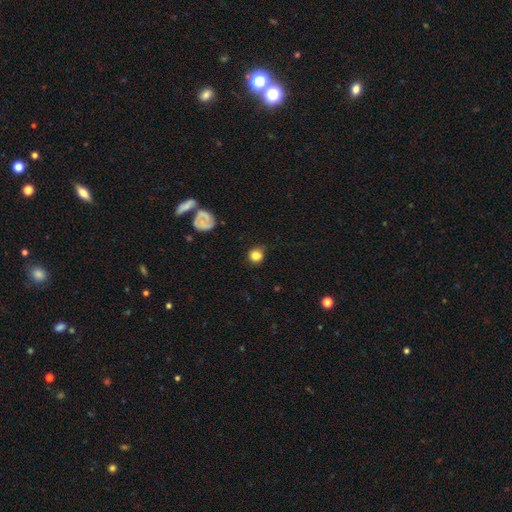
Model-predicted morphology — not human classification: Overall: smooth (80%). How rounded: round (89%). Merging: none (79%).